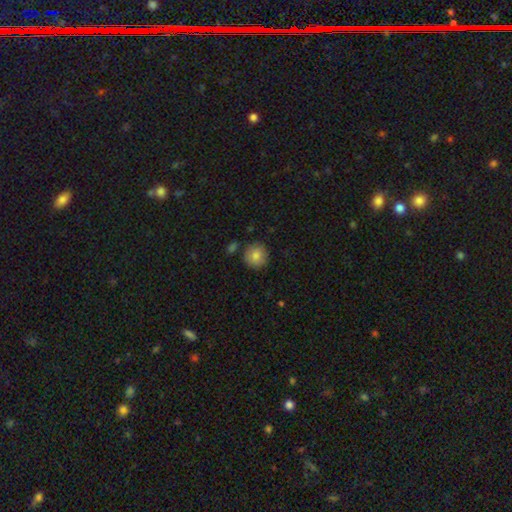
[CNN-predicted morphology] smooth-or-featured: smooth: 84% | featured or disk: 8% | star or artifact: 8%
  how-rounded: round: 93% | in between: 6% | cigar-shaped: 1%
  merging: none: 84% | minor disturbance: 10% | merger: 4% | major disturbance: 2%